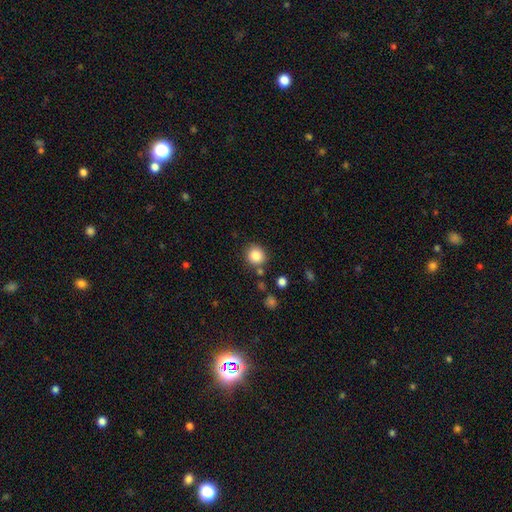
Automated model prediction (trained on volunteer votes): Smooth or featured? Predicted: smooth (p=0.86). How rounded? Predicted: round (p=0.90). Merging? Predicted: none (p=0.83).